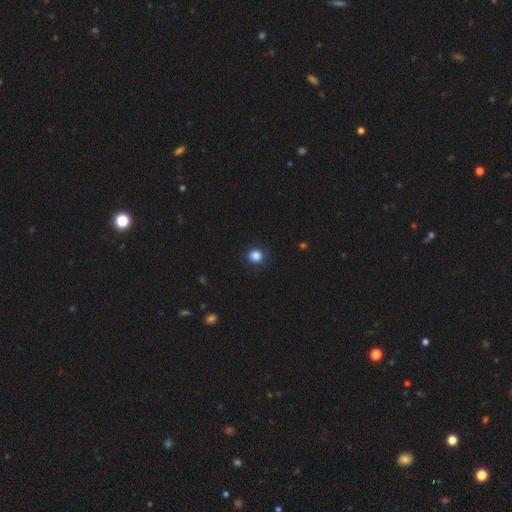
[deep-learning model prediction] Morphology: type=smooth (85%); roundness=round (93%); merging=none (89%).